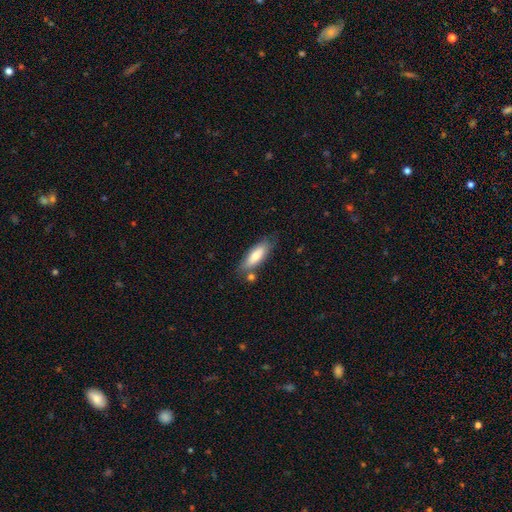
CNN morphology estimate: The model was most divided on "how rounded": in between: 60%, cigar-shaped: 38%, round: 2%. More confident: smooth or featured — smooth (73%); merging — none (69%).